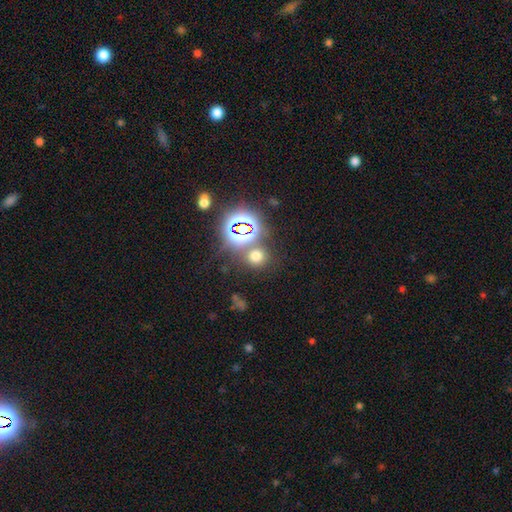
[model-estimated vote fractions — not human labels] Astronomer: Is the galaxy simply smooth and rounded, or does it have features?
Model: smooth — 59% (runner-up: star or artifact, 34%).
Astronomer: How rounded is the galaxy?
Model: round — 84%.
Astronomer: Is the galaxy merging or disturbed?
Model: none — 74%.